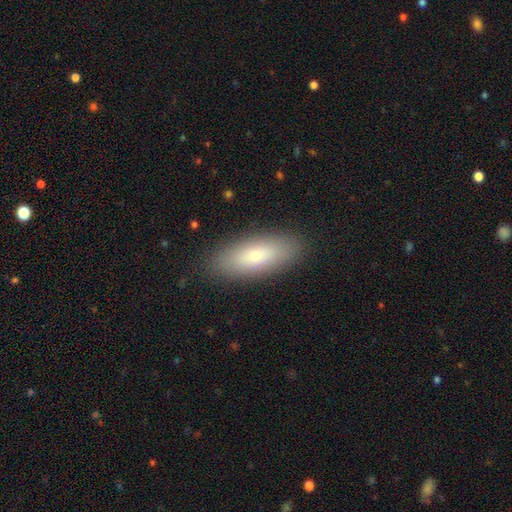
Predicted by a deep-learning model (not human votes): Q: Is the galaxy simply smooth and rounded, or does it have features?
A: smooth — 72%.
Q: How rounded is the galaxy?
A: in between — 70%.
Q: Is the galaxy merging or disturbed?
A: none — 88%.